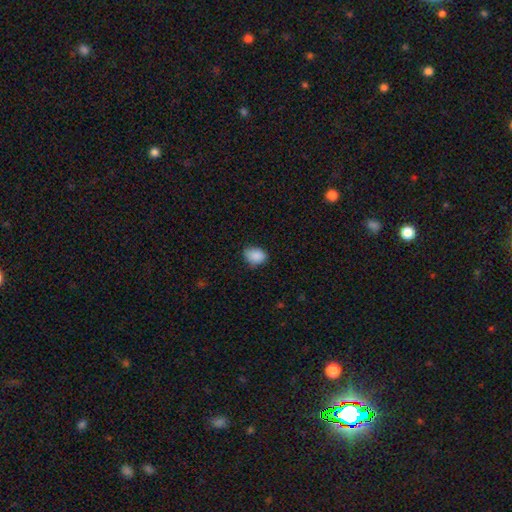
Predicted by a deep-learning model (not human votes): Smooth or featured? smooth (88%)
How rounded? in between (70%)
Merging? none (71%)